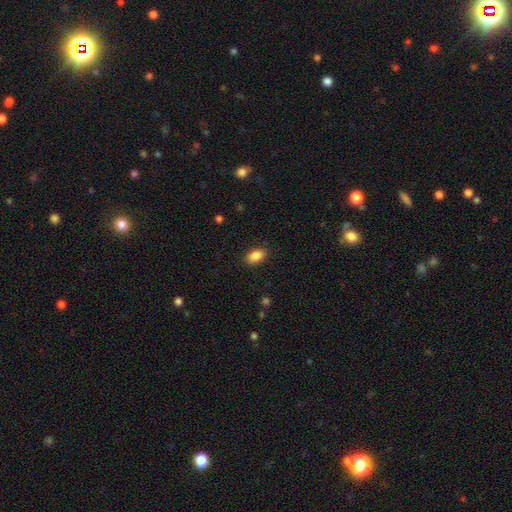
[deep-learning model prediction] The model was most divided on "merging": none: 87%, minor disturbance: 10%, major disturbance: 3%, merger: 1%. More confident: how rounded — in between (89%); smooth or featured — smooth (87%).